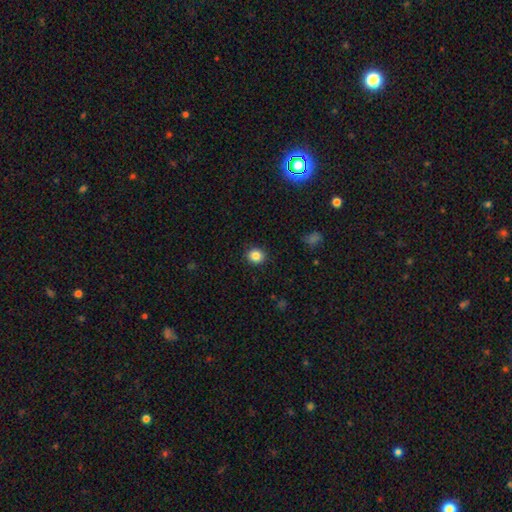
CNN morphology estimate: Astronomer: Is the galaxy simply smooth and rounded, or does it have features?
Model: smooth — 85%.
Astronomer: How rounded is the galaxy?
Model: round — 82%.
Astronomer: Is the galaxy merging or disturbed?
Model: none — 90%.